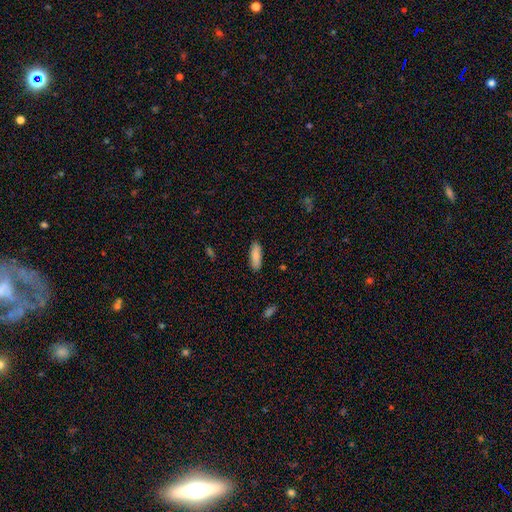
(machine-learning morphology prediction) This appears to be a smooth galaxy with no disk features (87%) that is in between round and cigar-shaped (62%). Merging: none (89%).